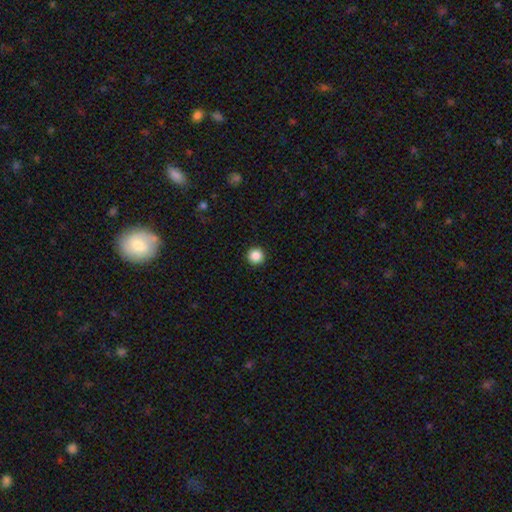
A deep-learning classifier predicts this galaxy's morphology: Overall: smooth (86%). How rounded: round (97%). Merging: none (94%).